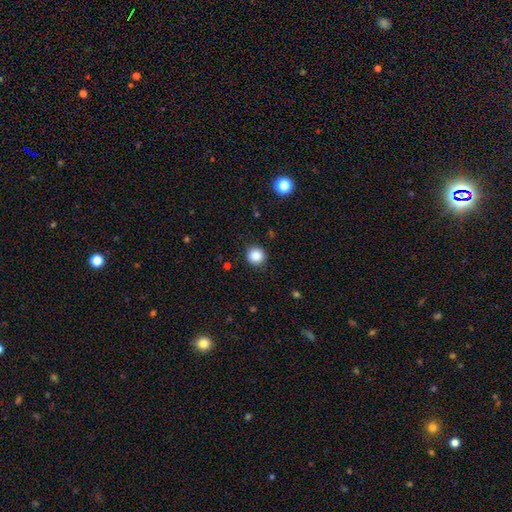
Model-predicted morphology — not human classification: Smooth or featured?
  - smooth: 85% *
  - star or artifact: 11%
  - featured or disk: 4%
How rounded?
  - round: 94% *
  - in between: 5%
  - cigar-shaped: 1%
Merging?
  - none: 91% *
  - minor disturbance: 6%
  - major disturbance: 2%
  - merger: 1%